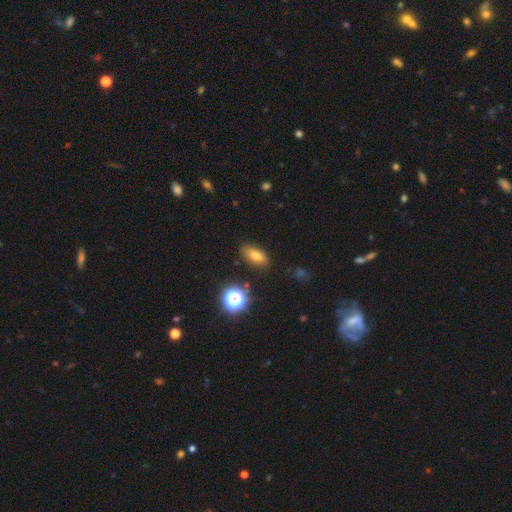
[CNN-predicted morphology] Smooth or featured? Predicted: smooth (p=0.74). How rounded? Predicted: in between (p=0.82). Merging? Predicted: none (p=0.82).